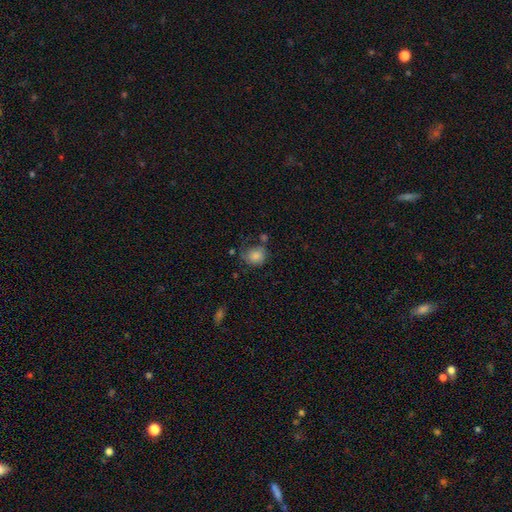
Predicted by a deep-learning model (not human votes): Overall: smooth (82%). How rounded: round (73%). Merging: none (52%; minor disturbance 26%).